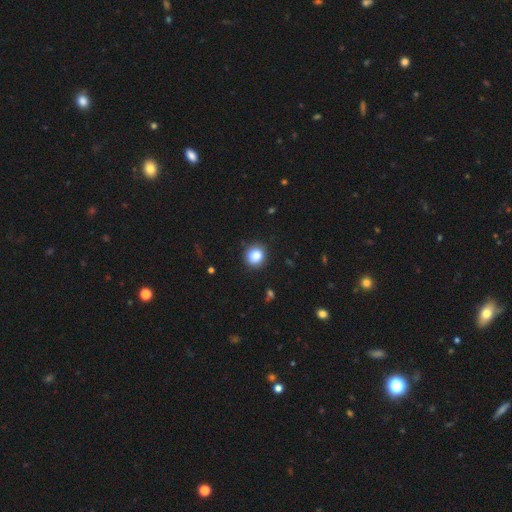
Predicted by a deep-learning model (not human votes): A smooth galaxy with no disk features (86%) that is round (87%). Merging: none (88%).